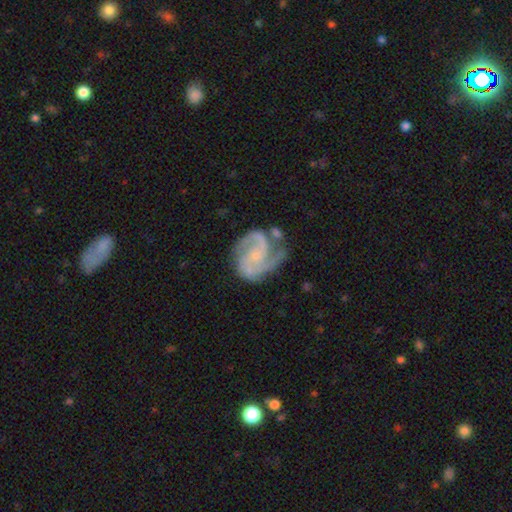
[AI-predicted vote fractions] Smooth or featured: featured or disk — 89% (smooth — 6%)
Edge-on disk: no — 98% (yes — 2%)
Bar: no — 61% (weak — 31%)
Spiral arms: yes — 98% (no — 2%)
Spiral winding: medium — 53% (tight — 34%)
Spiral arm count: 2 — 68% (3 — 20%)
Bulge size: small — 69% (moderate — 16%)
Merging: none — 60% (minor disturbance — 23%)